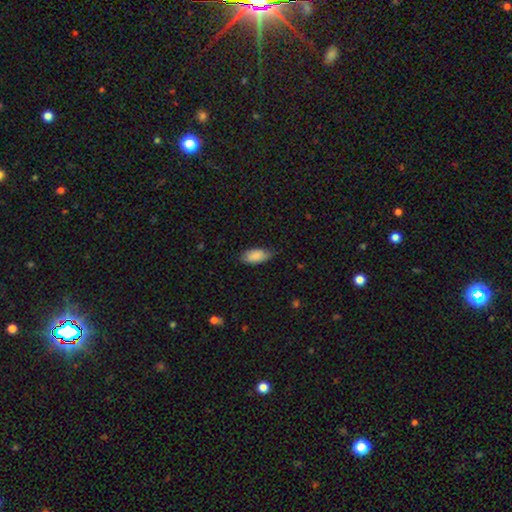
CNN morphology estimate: smooth-or-featured: smooth: 87% | featured or disk: 7% | star or artifact: 6%
  how-rounded: in between: 91% | cigar-shaped: 6% | round: 2%
  merging: none: 70% | minor disturbance: 25% | major disturbance: 4% | merger: 1%